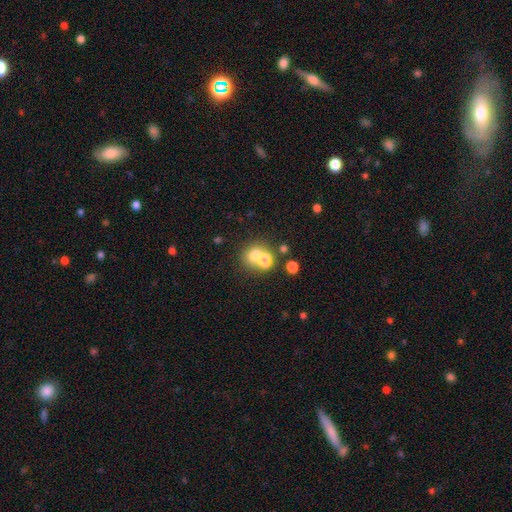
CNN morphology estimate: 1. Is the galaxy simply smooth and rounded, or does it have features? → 69% smooth, 16% star or artifact, 15% featured or disk.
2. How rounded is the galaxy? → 78% round, 21% in between, 1% cigar-shaped.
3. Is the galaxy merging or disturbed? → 45% none, 44% merger, 7% minor disturbance, 4% major disturbance.